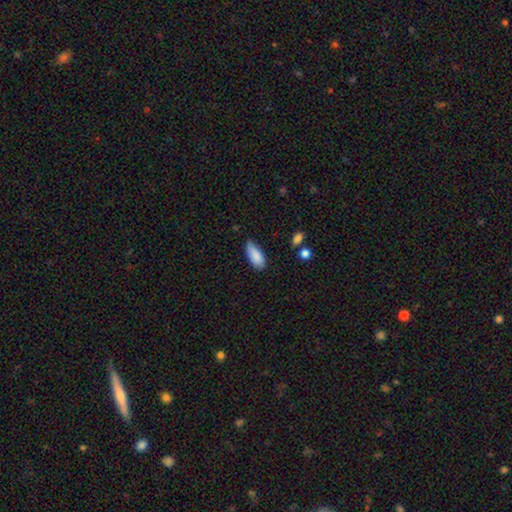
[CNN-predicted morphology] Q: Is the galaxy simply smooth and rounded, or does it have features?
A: smooth — 86%.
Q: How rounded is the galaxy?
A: in between — 85%.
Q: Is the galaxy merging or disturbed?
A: none — 57%.